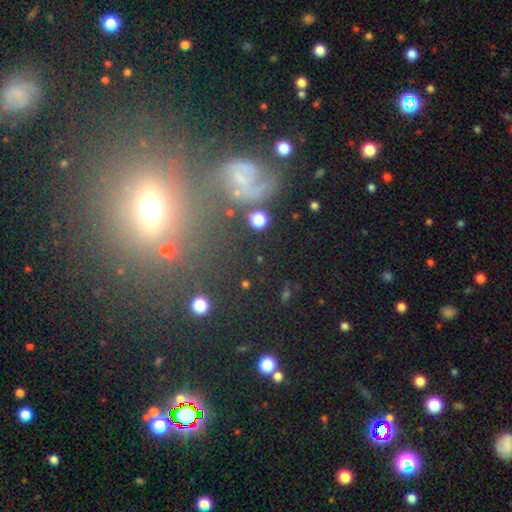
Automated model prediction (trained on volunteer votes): Smooth or featured: star or artifact — 41% (featured or disk — 33%)